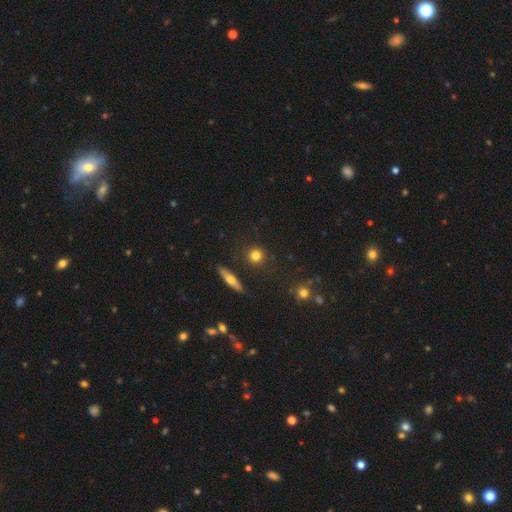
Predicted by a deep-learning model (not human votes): Morphology: type=smooth (79%); roundness=round (88%); merging=none (87%).